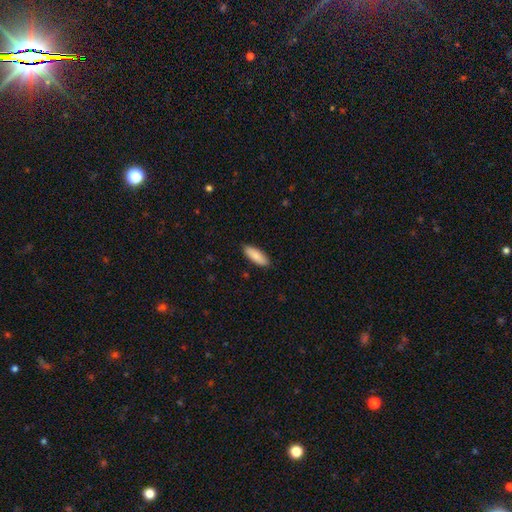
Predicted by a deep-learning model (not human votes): Smooth or featured? Predicted: smooth (p=0.88). How rounded? Predicted: in between (p=0.62). Merging? Predicted: none (p=0.88).